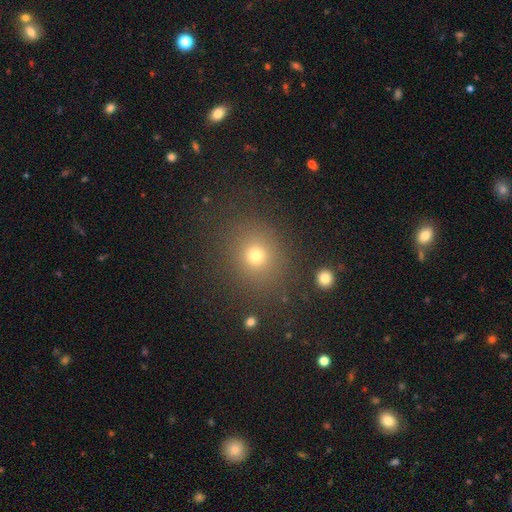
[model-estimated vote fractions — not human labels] Q: Smooth or featured?
A: smooth (72%); runner-up: star or artifact (20%)
Q: How rounded?
A: round (75%); runner-up: in between (24%)
Q: Merging?
A: none (83%); runner-up: minor disturbance (9%)